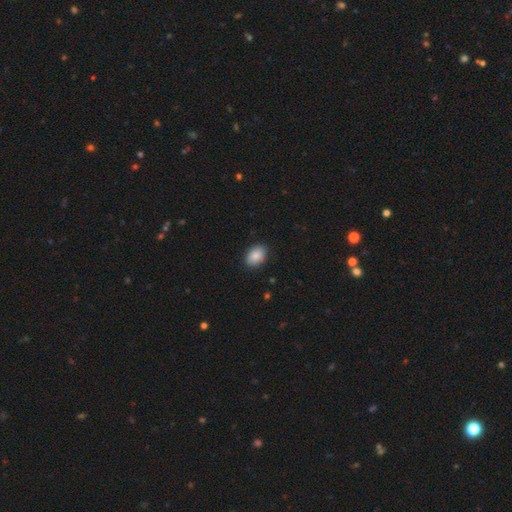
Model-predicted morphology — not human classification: Smooth or featured? Predicted: smooth (p=0.88). How rounded? Predicted: in between (p=0.82). Merging? Predicted: none (p=0.87).